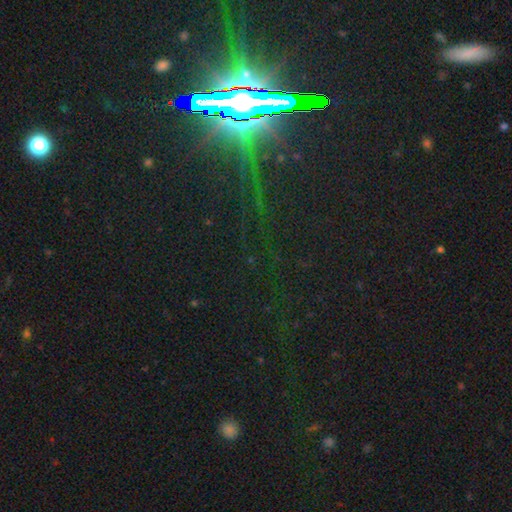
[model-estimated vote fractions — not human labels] This is clearly a star or artifact rather than a galaxy (85%).